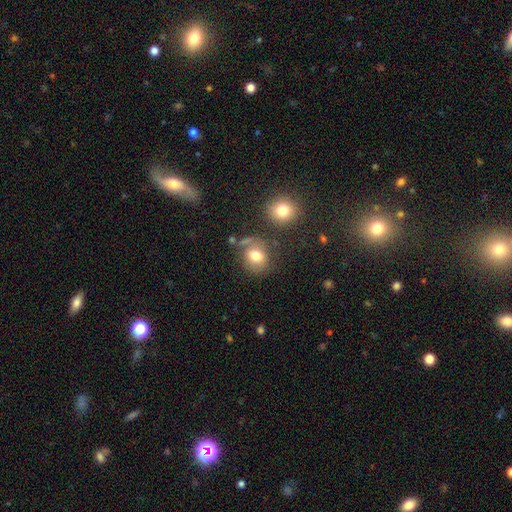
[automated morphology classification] The model was most divided on "how rounded": round: 63%, in between: 36%, cigar-shaped: 1%. More confident: smooth or featured — smooth (76%); merging — none (61%).